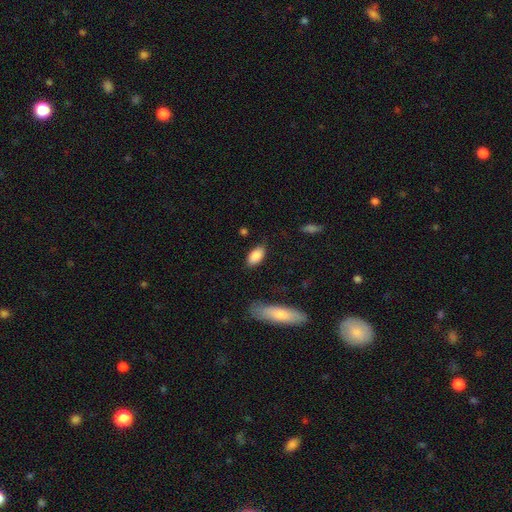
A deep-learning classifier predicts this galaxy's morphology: smooth 87%, star or artifact 6%, featured or disk 6%. Down the decision tree: how rounded — in between (92%); merging — none (81%).